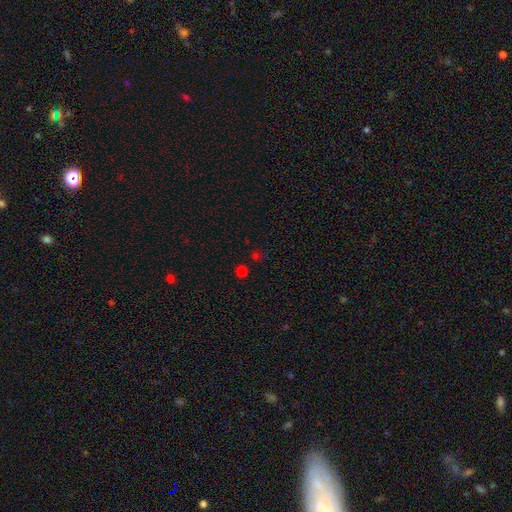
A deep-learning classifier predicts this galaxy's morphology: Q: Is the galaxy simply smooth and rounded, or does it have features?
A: smooth — 60%.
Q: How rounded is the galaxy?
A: round — 90%.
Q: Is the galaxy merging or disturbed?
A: none — 81%.